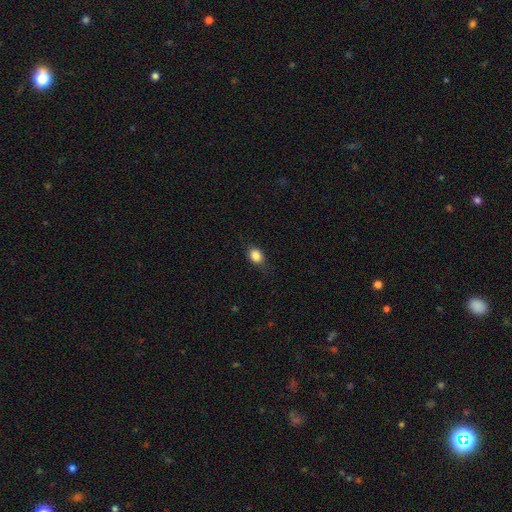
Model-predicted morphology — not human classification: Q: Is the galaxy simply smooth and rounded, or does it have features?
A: smooth — 84%.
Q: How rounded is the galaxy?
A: in between — 56%.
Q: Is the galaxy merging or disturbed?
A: none — 76%.